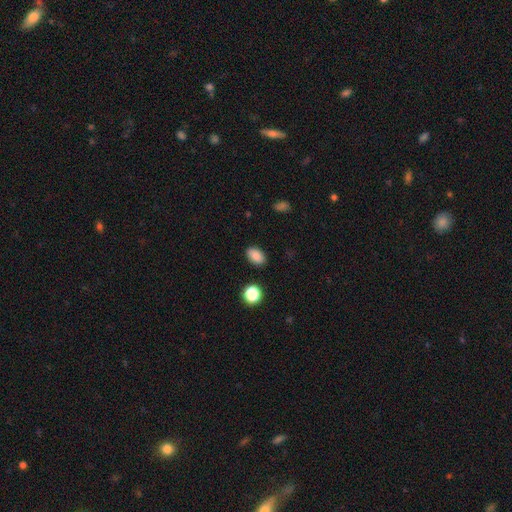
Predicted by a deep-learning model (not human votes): This appears to be a smooth galaxy with no disk features (86%) that is in between round and cigar-shaped (85%). Merging: none (87%).